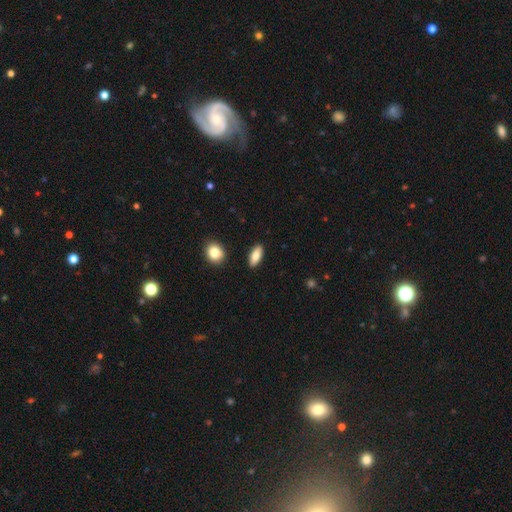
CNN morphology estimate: This appears to be a smooth galaxy with no disk features (83%) that is in between round and cigar-shaped (78%). Merging: none (89%).